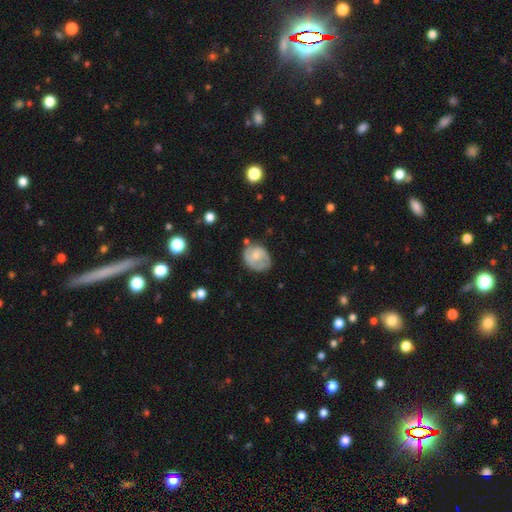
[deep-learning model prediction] This appears to be a featured or disk galaxy (54%) with no bar (67%), spiral arms (69%) and a moderate central bulge (48%). Merging: none (57%).